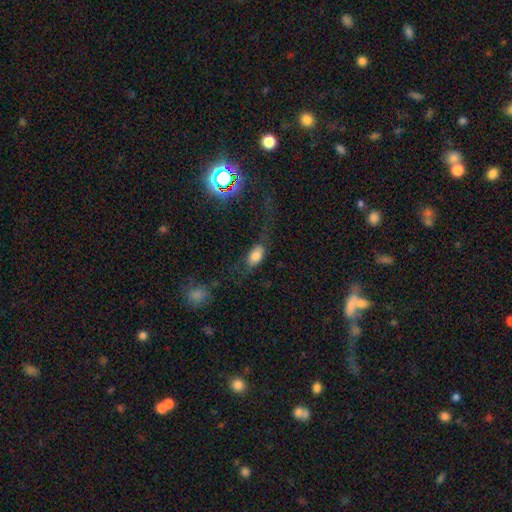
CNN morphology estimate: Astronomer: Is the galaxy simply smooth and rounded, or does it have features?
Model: smooth — 74%.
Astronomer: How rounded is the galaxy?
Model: in between — 89%.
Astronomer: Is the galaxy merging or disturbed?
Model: none — 56%.